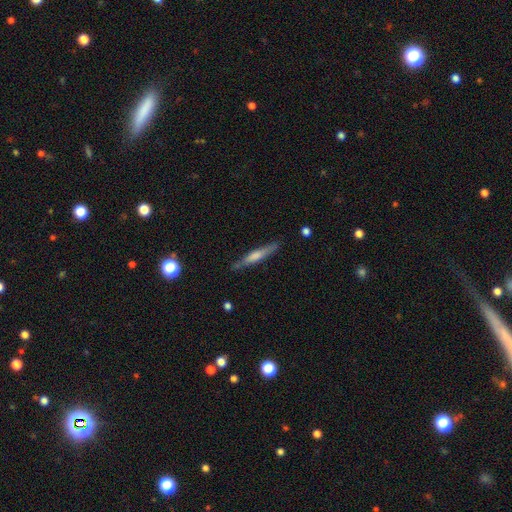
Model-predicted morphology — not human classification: A smooth galaxy with no disk features (52%) that is cigar-shaped (91%).

Vote fractions:
- Smooth or featured? smooth: 52% / featured or disk: 42% / star or artifact: 6%
- How rounded? cigar-shaped: 91% / in between: 8% / round: 1%
- Merging? none: 81% / minor disturbance: 14% / major disturbance: 3% / merger: 2%